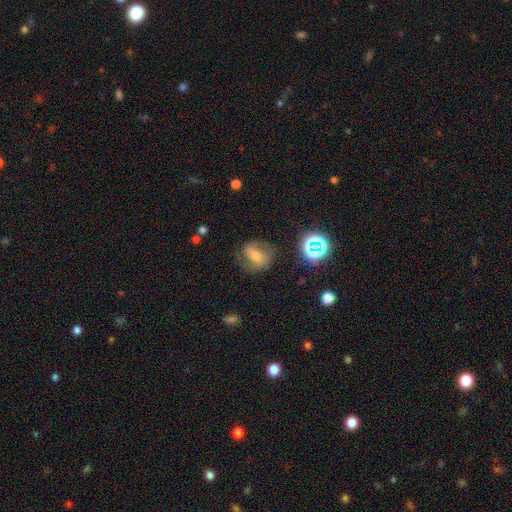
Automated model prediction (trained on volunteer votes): Overall: featured or disk (61%; smooth 24%). Edge-on disk: no (96%). Bar: weak (40%; strong 34%). Spiral arms: yes (85%). Bulge size: moderate (51%; small 42%). Merging: none (74%).